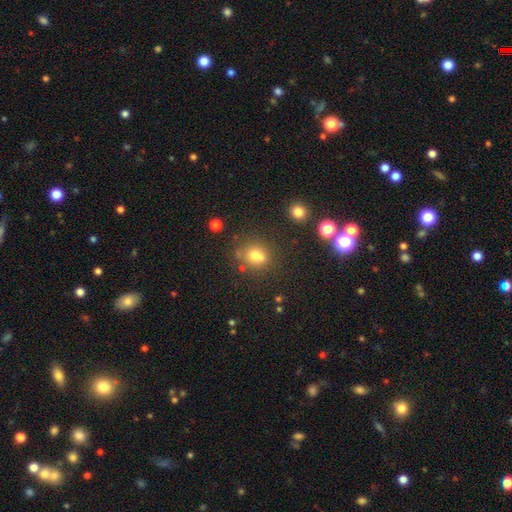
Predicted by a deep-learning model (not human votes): smooth-or-featured: smooth: 71% | star or artifact: 16% | featured or disk: 13%
  how-rounded: round: 63% | in between: 35% | cigar-shaped: 2%
  merging: none: 53% | merger: 25% | minor disturbance: 15% | major disturbance: 7%